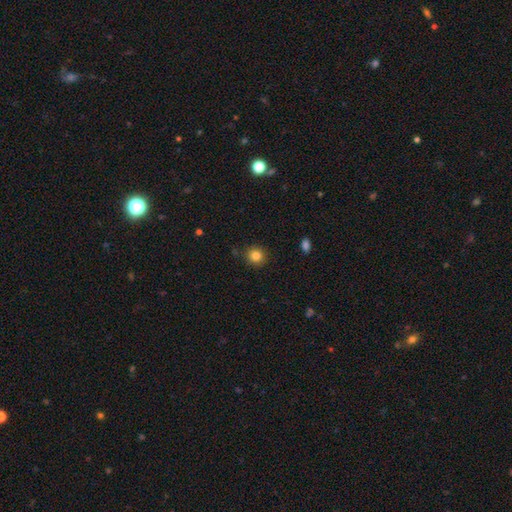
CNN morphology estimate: Overall: smooth (83%). How rounded: round (92%). Merging: none (90%).